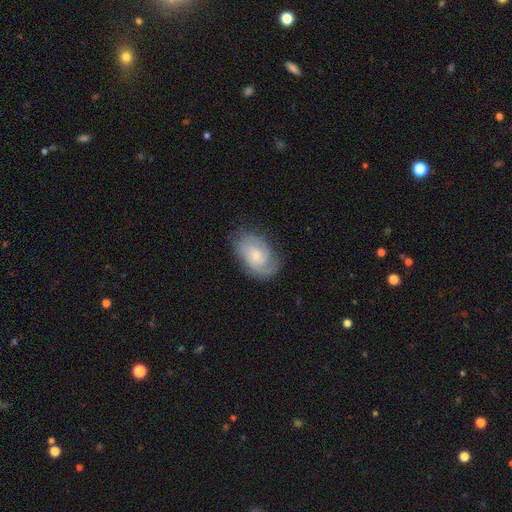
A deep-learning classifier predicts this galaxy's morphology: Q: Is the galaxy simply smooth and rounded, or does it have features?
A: featured or disk — 62%.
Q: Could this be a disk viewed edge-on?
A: no — 96%.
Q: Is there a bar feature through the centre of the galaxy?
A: no — 70%.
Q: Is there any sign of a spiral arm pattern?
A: yes — 88%.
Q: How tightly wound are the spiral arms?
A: tight — 49%.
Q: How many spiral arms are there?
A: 2 — 45%.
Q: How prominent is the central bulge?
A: small — 54%.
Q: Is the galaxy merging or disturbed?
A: none — 69%.